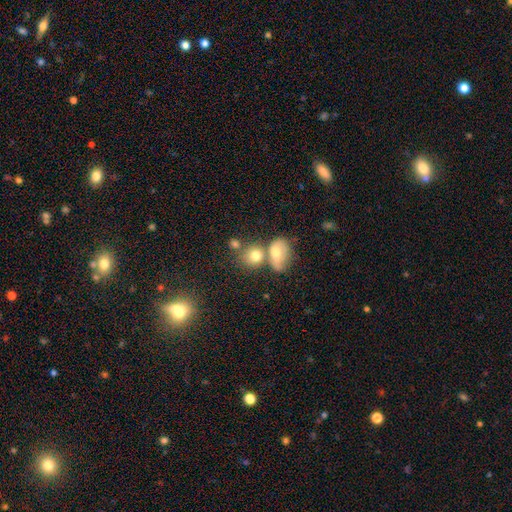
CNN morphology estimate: Smooth or featured: smooth — 74% (featured or disk — 16%)
How rounded: round — 64% (in between — 35%)
Merging: merger — 49% (none — 35%)